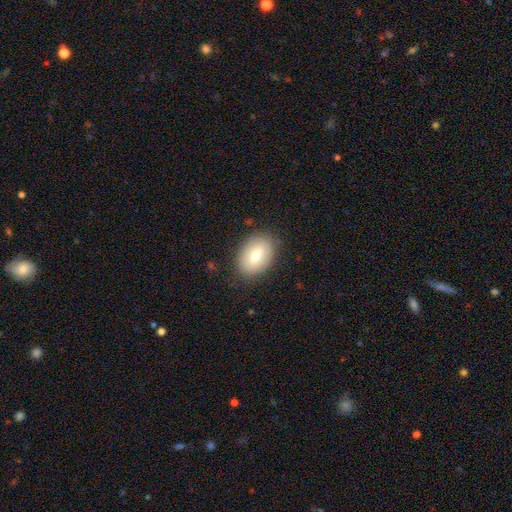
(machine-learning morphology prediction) Smooth or featured: smooth — 73% (featured or disk — 19%)
How rounded: in between — 84% (round — 14%)
Merging: none — 83% (minor disturbance — 12%)